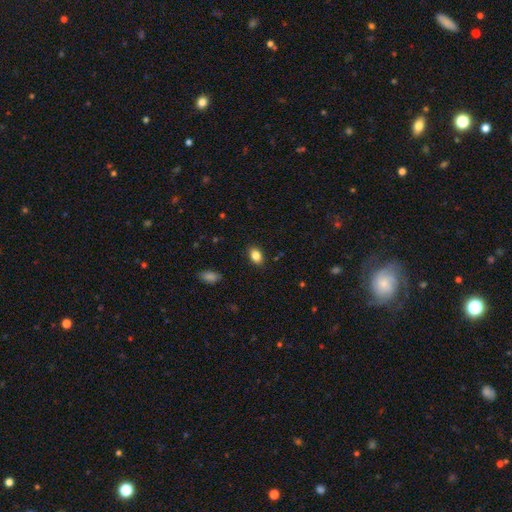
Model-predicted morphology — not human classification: Smooth or featured? Predicted: smooth (p=0.85). How rounded? Predicted: in between (p=0.83). Merging? Predicted: none (p=0.87).